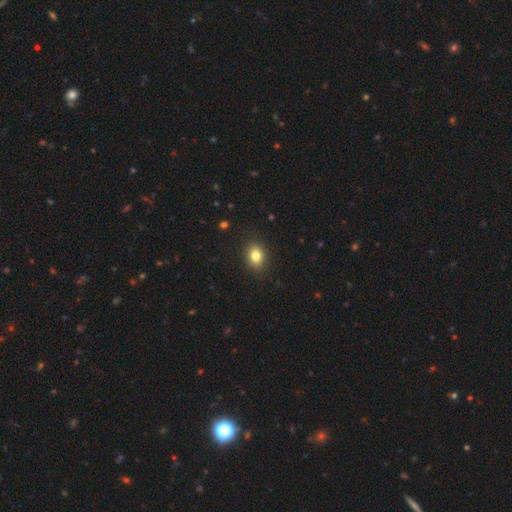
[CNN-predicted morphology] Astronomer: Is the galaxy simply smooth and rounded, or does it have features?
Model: smooth — 82%.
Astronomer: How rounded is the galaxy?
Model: in between — 61% (runner-up: round, 38%).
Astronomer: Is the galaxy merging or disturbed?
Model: none — 88%.